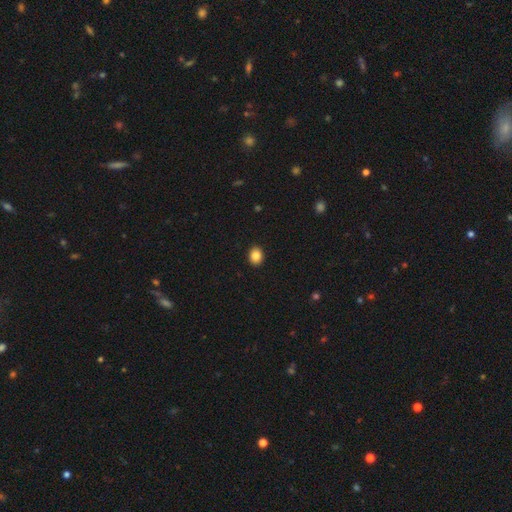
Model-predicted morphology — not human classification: A smooth galaxy with no disk features (86%) that is round (51%).

Vote fractions:
- Smooth or featured? smooth: 86% / star or artifact: 9% / featured or disk: 5%
- How rounded? round: 51% / in between: 48% / cigar-shaped: 1%
- Merging? none: 92% / minor disturbance: 6% / major disturbance: 2% / merger: 1%